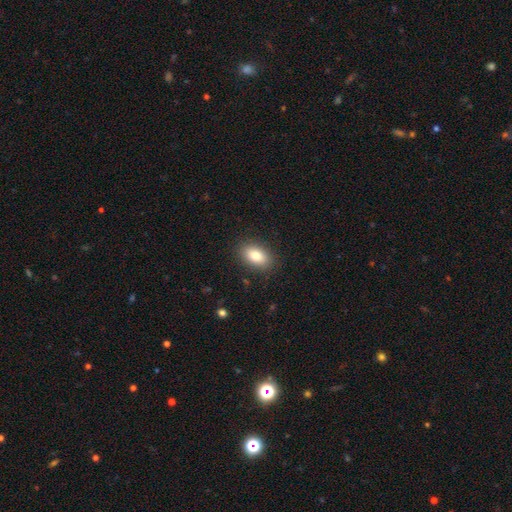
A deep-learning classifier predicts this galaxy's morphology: Overall: smooth (83%). How rounded: in between (89%). Merging: none (88%).